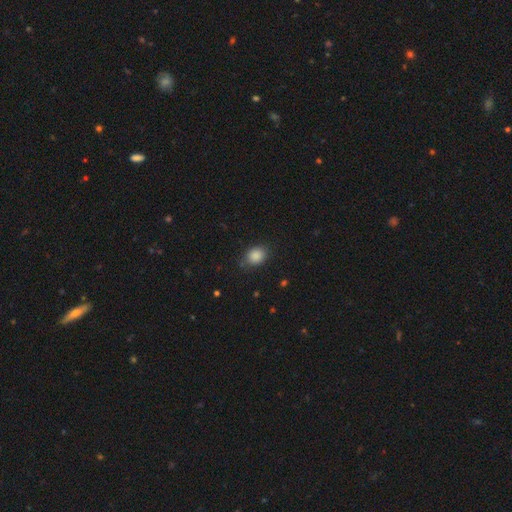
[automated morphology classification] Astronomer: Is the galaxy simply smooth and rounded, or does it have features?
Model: smooth — 87%.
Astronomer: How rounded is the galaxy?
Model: round — 51% (runner-up: in between, 48%).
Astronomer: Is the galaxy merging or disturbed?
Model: none — 80%.